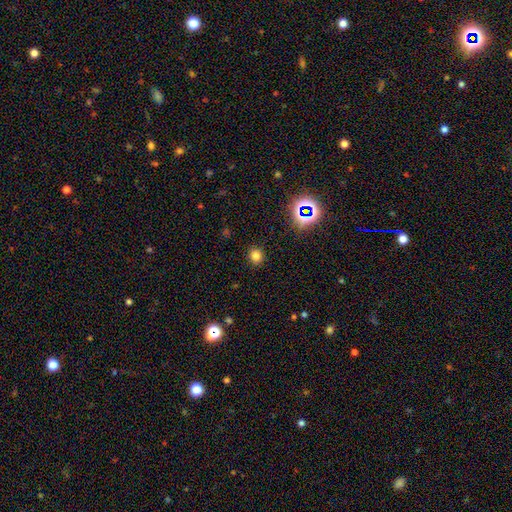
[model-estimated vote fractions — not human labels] Morphology: type=smooth (76%); roundness=round (83%); merging=none (90%).